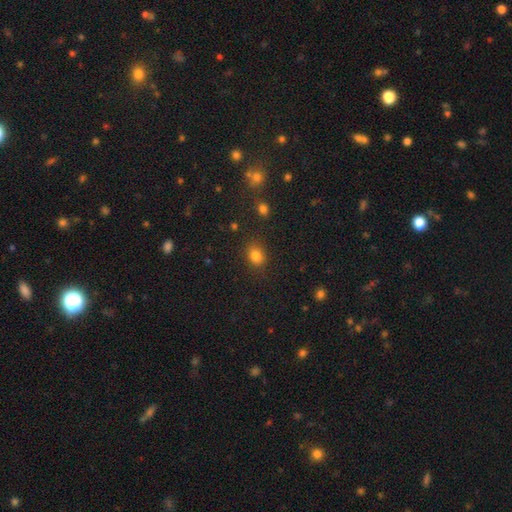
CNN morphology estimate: smooth_or_featured: smooth (p=0.82) [alt: star or artifact p=0.12]
how_rounded: in between (p=0.58) [alt: round p=0.41]
merging: none (p=0.82) [alt: minor disturbance p=0.12]